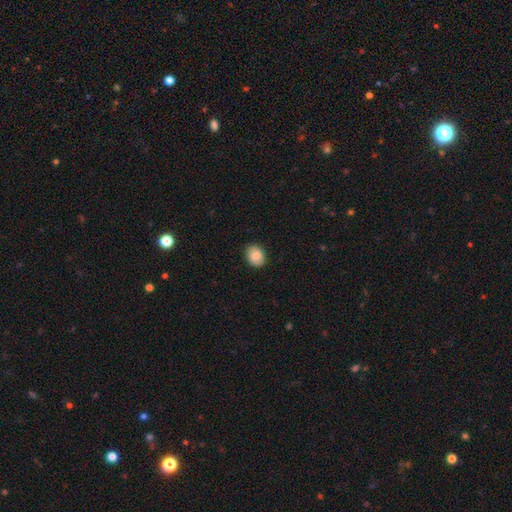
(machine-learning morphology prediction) Smooth or featured? Predicted: smooth (p=0.84). How rounded? Predicted: in between (p=0.57). Merging? Predicted: none (p=0.87).